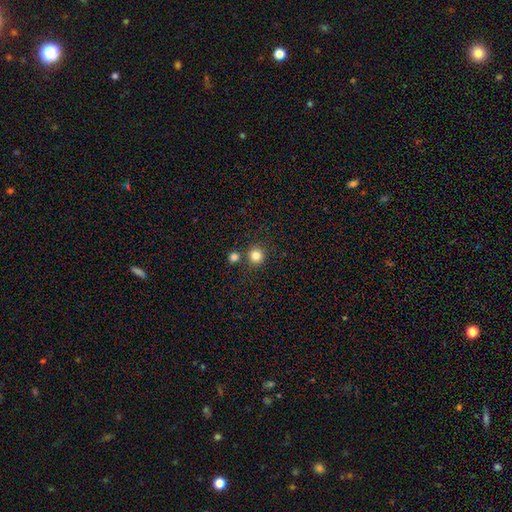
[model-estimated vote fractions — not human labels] Q: Smooth or featured?
A: smooth (82%); runner-up: star or artifact (12%)
Q: How rounded?
A: round (93%); runner-up: in between (6%)
Q: Merging?
A: none (81%); runner-up: merger (10%)